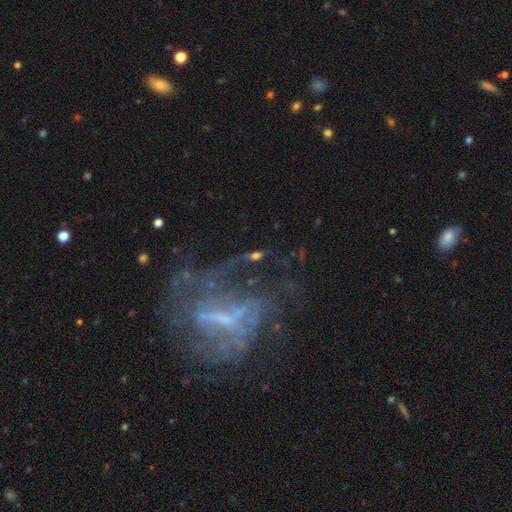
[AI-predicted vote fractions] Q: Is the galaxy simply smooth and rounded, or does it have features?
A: featured or disk — 51%.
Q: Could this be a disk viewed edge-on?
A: no — 73%.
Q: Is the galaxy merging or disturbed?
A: none — 50%.